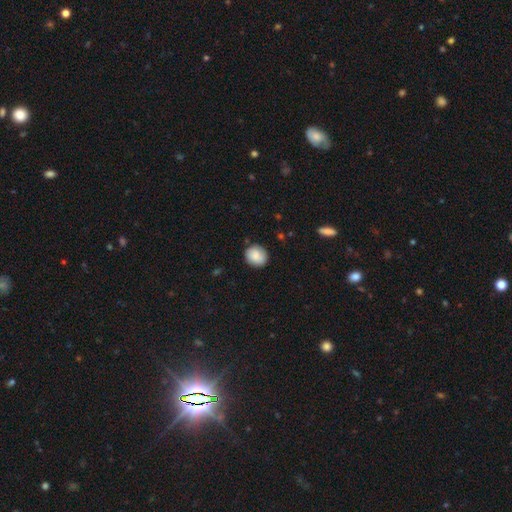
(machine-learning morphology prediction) smooth-or-featured: smooth: 86% | star or artifact: 7% | featured or disk: 7%
  how-rounded: round: 74% | in between: 25% | cigar-shaped: 1%
  merging: none: 83% | minor disturbance: 13% | major disturbance: 3% | merger: 1%